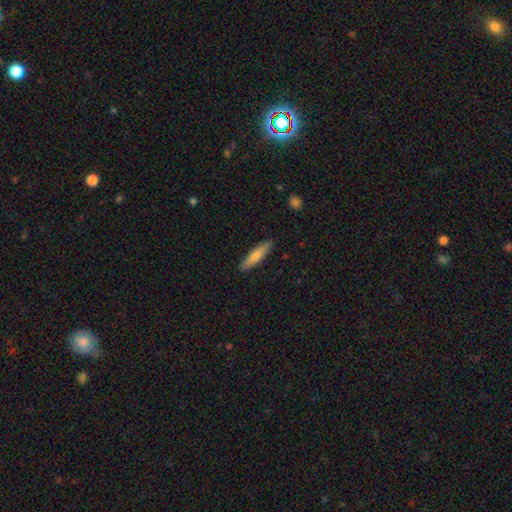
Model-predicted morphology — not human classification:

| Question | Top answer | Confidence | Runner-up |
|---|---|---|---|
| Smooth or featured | smooth | 76% | featured or disk (19%) |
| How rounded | cigar-shaped | 83% | in between (15%) |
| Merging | none | 89% | minor disturbance (8%) |